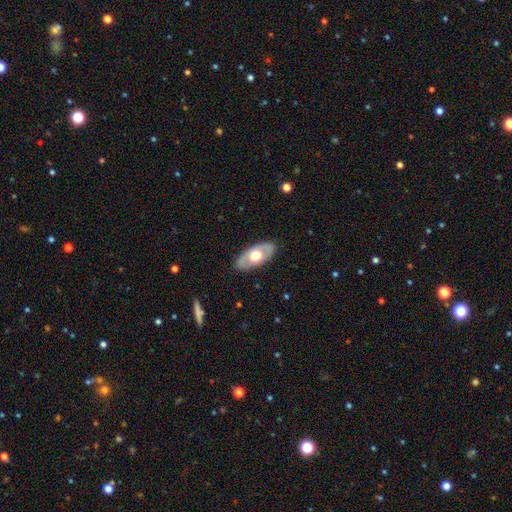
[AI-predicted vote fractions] This appears to be a featured or disk galaxy (50%). Merging: none (85%).